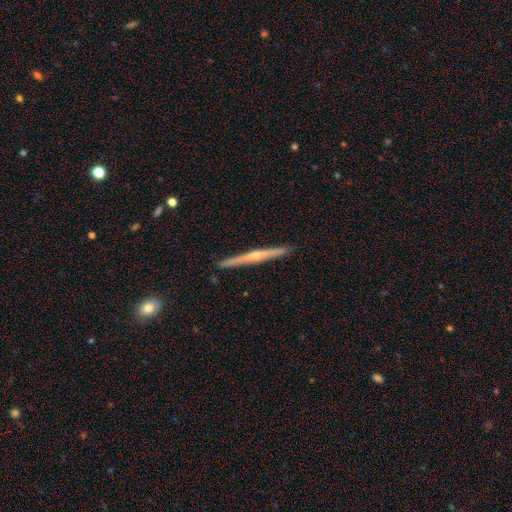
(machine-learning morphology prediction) A featured or disk galaxy (75%) viewed edge-on (98%) with a rounded central bulge (75%).

Vote fractions:
- Smooth or featured? featured or disk: 75% / smooth: 20% / star or artifact: 5%
- Edge-on disk? yes: 98% / no: 2%
- Edge-on bulge? rounded: 75% / none: 20% / boxy: 4%
- Merging? none: 92% / minor disturbance: 5% / major disturbance: 1% / merger: 1%